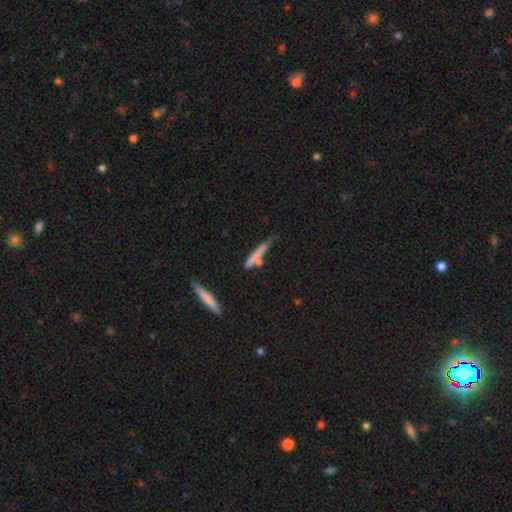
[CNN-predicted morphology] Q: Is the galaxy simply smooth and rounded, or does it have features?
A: smooth — 65%.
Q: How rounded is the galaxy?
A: cigar-shaped — 92%.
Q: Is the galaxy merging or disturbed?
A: none — 55%.